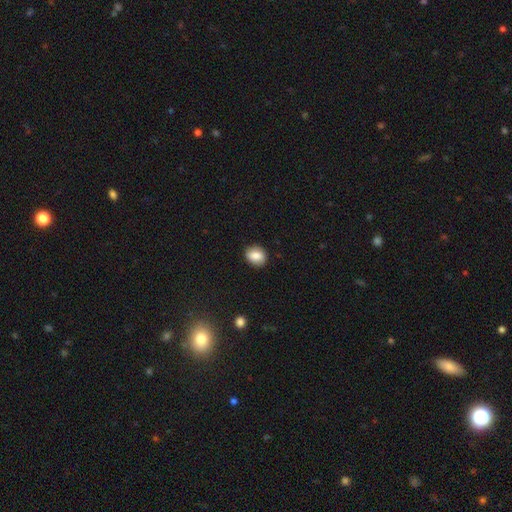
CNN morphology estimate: smooth_or_featured: smooth (p=0.82) [alt: featured or disk p=0.10]
how_rounded: round (p=0.50) [alt: in between p=0.48]
merging: none (p=0.86) [alt: minor disturbance p=0.10]